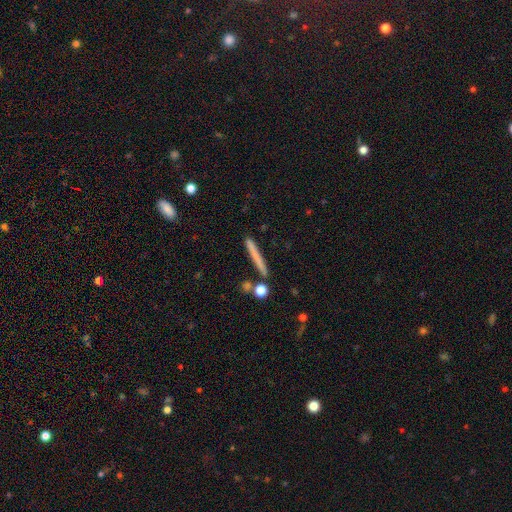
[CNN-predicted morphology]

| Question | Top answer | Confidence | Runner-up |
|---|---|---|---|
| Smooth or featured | smooth | 65% | featured or disk (27%) |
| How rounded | cigar-shaped | 95% | in between (3%) |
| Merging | none | 84% | minor disturbance (9%) |